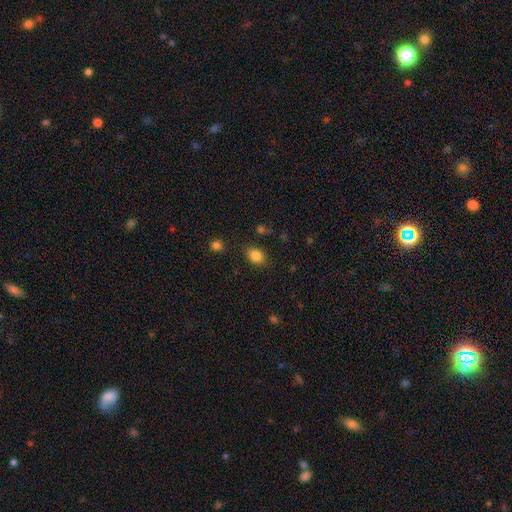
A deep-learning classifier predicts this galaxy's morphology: Smooth or featured? smooth (84%)
How rounded? in between (70%)
Merging? none (83%)